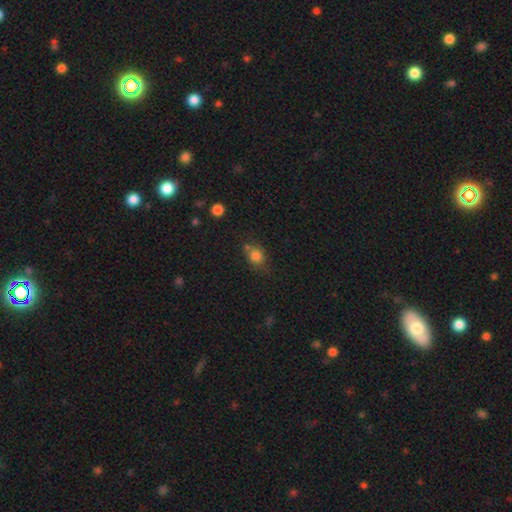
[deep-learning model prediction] Morphology: type=smooth (80%); roundness=round (68%); merging=none (62%).